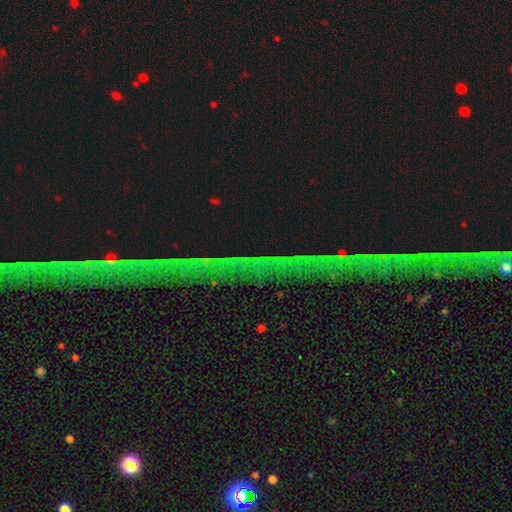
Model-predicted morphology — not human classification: A star or artifact, not a galaxy (77%).

Vote fractions:
- Smooth or featured? star or artifact: 77% / featured or disk: 13% / smooth: 10%